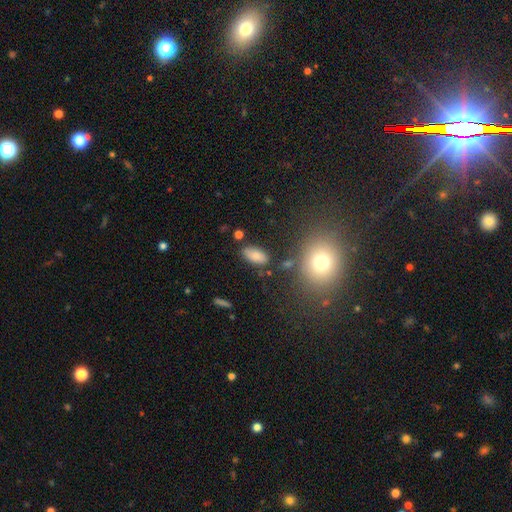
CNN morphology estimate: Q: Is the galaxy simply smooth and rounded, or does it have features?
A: smooth — 82%.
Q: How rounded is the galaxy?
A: in between — 91%.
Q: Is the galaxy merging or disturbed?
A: none — 78%.